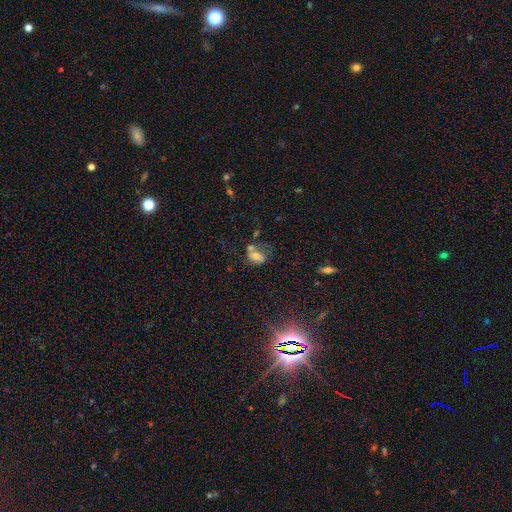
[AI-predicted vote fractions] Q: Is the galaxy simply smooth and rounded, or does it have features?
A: smooth — 59%.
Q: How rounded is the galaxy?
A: in between — 70%.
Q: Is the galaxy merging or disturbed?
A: none — 31%.